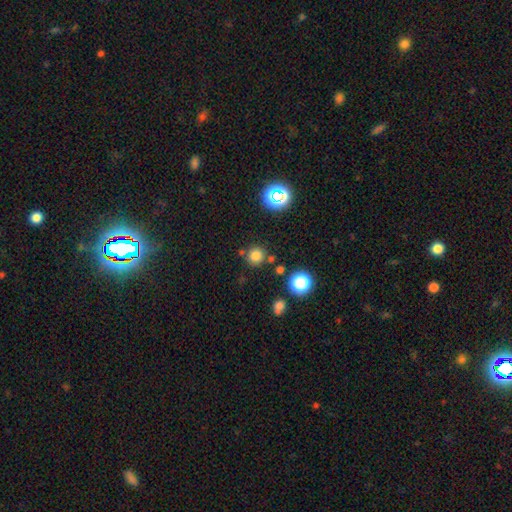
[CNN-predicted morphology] This appears to be a smooth galaxy with no disk features (76%) that is round (94%). Merging: none (81%).